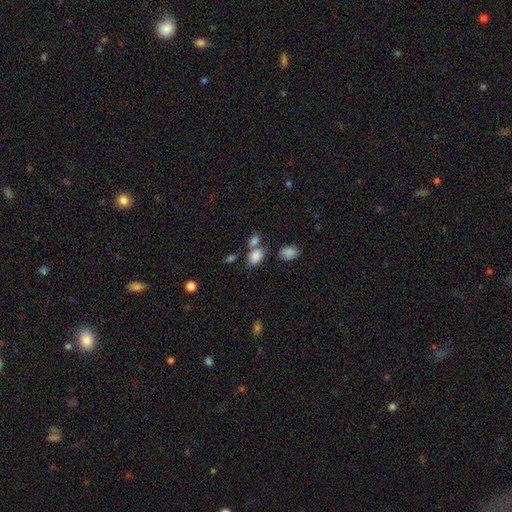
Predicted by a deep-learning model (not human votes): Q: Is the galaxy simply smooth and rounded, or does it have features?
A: smooth — 83%.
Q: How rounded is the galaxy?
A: in between — 86%.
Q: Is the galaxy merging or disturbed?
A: none — 41%.